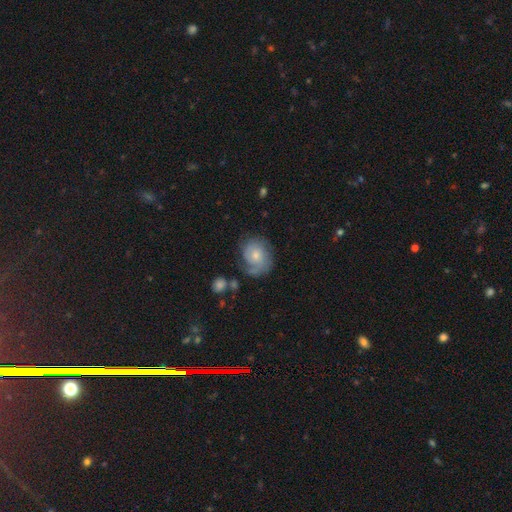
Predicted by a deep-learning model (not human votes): The model was most divided on "bulge size": small: 50%, moderate: 42%, large: 4%, none: 3%, dominant: 1%. More confident: edge-on disk — no (97%); spiral arms — yes (85%); bar — no (76%); merging — none (57%); smooth or featured — featured or disk (56%).